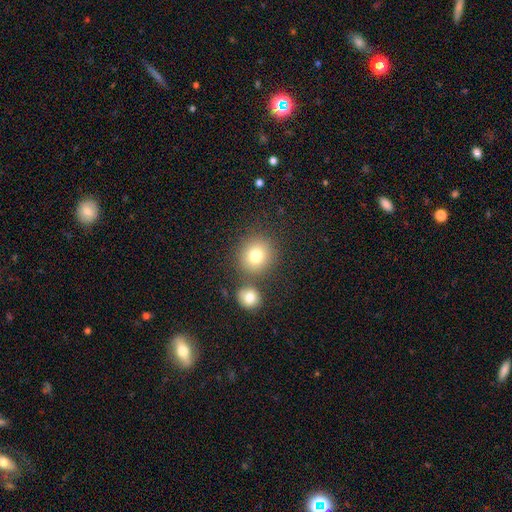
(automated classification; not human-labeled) Q: Smooth or featured?
A: smooth (78%); runner-up: star or artifact (12%)
Q: How rounded?
A: round (88%); runner-up: in between (12%)
Q: Merging?
A: none (72%); runner-up: merger (17%)